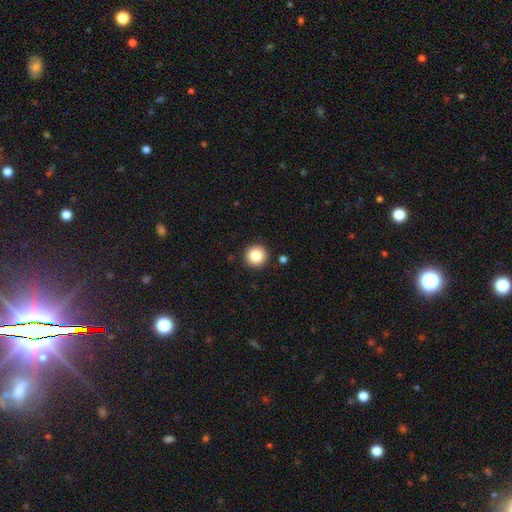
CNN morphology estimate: Q: Smooth or featured?
A: smooth (84%); runner-up: star or artifact (10%)
Q: How rounded?
A: round (95%); runner-up: in between (4%)
Q: Merging?
A: none (91%); runner-up: minor disturbance (6%)